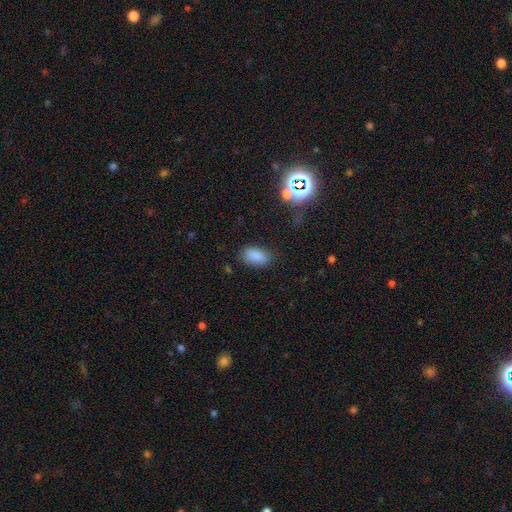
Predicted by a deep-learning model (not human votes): Smooth or featured?
  - smooth: 85% *
  - star or artifact: 11%
  - featured or disk: 4%
How rounded?
  - in between: 92% *
  - round: 6%
  - cigar-shaped: 2%
Merging?
  - none: 81% *
  - minor disturbance: 13%
  - major disturbance: 4%
  - merger: 2%